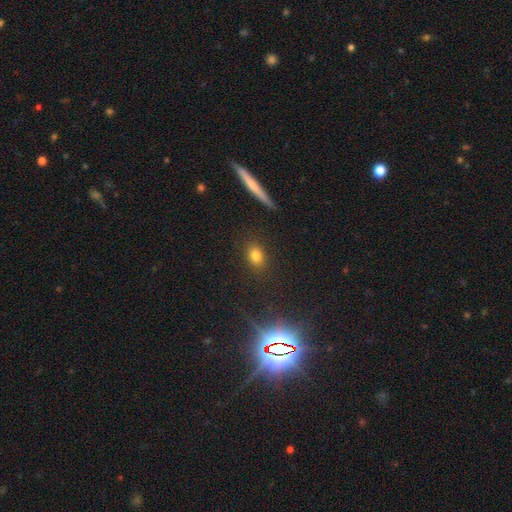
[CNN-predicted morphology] A smooth galaxy with no disk features (80%) that is in between round and cigar-shaped (60%).

Vote fractions:
- Smooth or featured? smooth: 80% / star or artifact: 12% / featured or disk: 8%
- How rounded? in between: 60% / round: 36% / cigar-shaped: 4%
- Merging? none: 87% / minor disturbance: 9% / major disturbance: 3% / merger: 2%